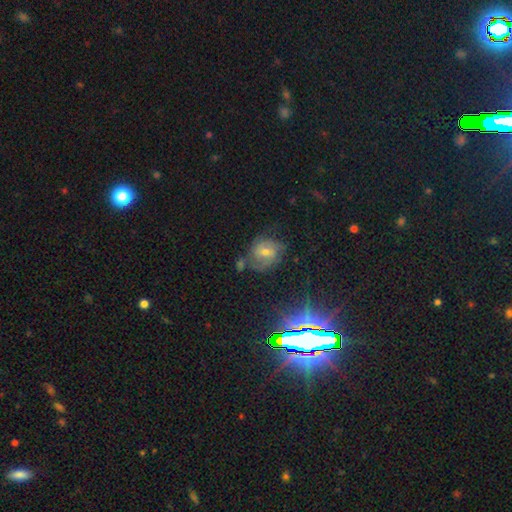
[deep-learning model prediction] Morphology: type=star or artifact (42%).